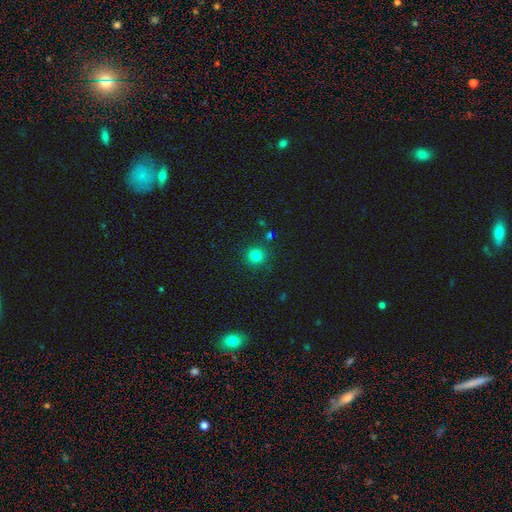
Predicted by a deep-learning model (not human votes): Morphology: type=smooth (80%); roundness=round (93%); merging=none (87%).